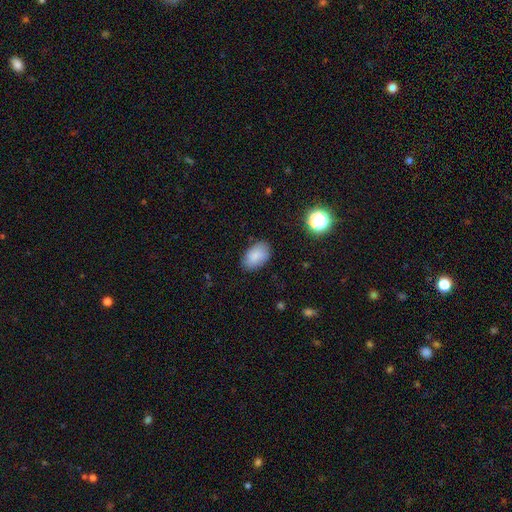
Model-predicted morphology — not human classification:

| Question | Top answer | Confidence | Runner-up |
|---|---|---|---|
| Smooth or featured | smooth | 86% | star or artifact (8%) |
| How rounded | in between | 91% | round (8%) |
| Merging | none | 82% | minor disturbance (14%) |